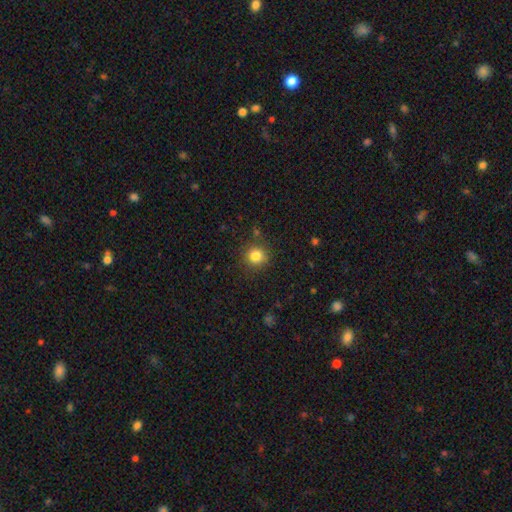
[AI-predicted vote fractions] A smooth galaxy with no disk features (83%) that is round (92%). Merging: none (87%).